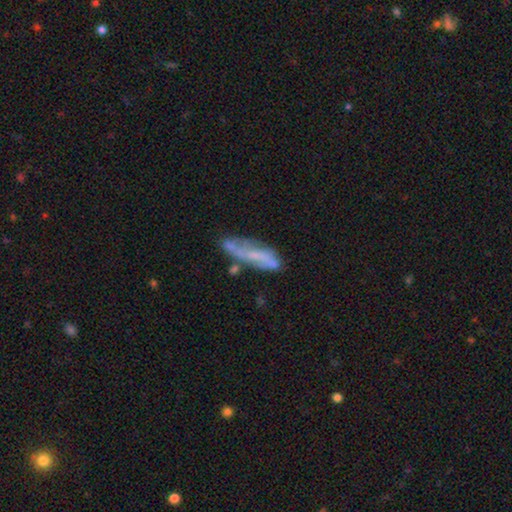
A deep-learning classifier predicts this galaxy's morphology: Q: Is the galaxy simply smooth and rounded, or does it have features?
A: featured or disk — 57%.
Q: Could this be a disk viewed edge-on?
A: no — 67%.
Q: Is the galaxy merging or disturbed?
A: none — 55%.